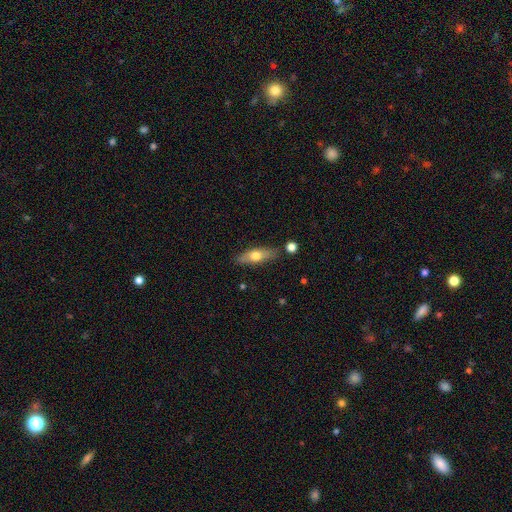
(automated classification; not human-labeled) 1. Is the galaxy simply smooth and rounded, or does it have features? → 57% smooth, 37% featured or disk, 6% star or artifact.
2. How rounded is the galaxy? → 55% in between, 42% cigar-shaped, 3% round.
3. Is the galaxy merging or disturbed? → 79% none, 14% minor disturbance, 4% merger, 3% major disturbance.